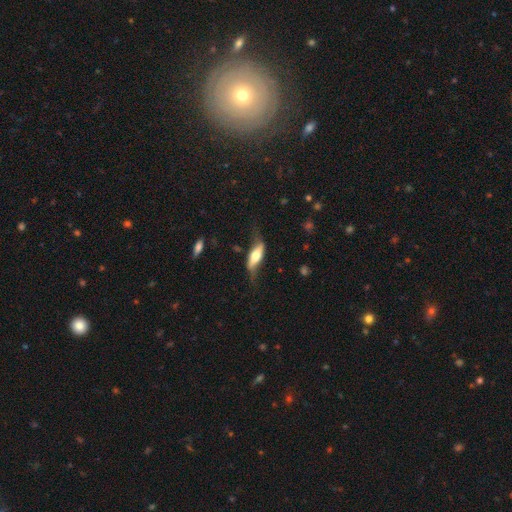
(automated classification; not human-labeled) Smooth or featured: featured or disk — 54% (smooth — 40%)
Edge-on disk: yes — 50% (tied with no — 50%)
Merging: none — 52% (minor disturbance — 27%)